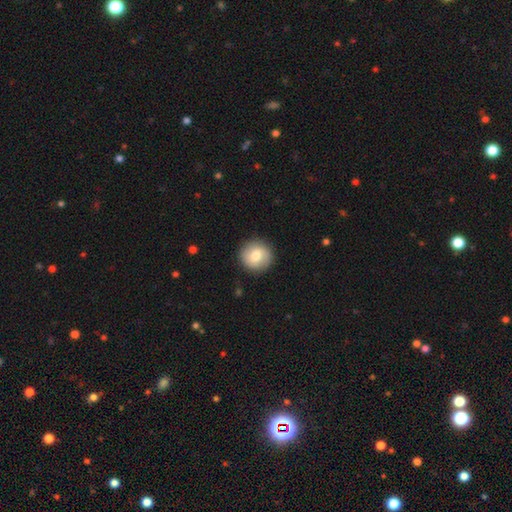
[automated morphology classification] Q: Smooth or featured?
A: smooth (71%); runner-up: featured or disk (23%)
Q: How rounded?
A: round (93%); runner-up: in between (6%)
Q: Merging?
A: none (90%); runner-up: minor disturbance (7%)